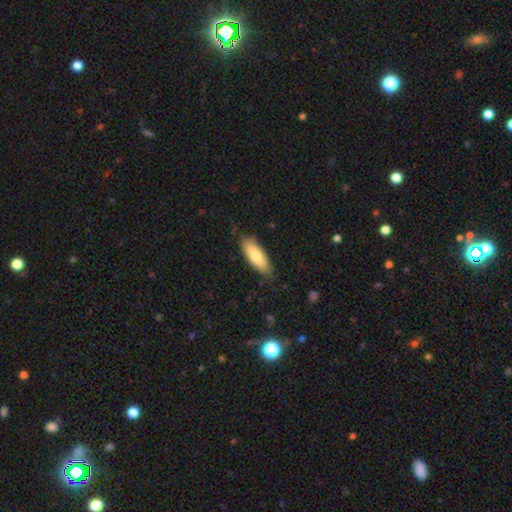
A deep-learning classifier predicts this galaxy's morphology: smooth 77%, featured or disk 17%, star or artifact 6%. Down the decision tree: how rounded — in between (65%); merging — none (80%).